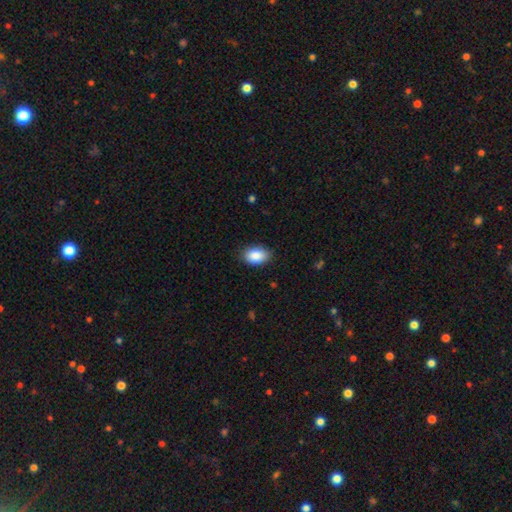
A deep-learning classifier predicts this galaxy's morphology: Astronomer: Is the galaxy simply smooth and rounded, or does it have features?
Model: smooth — 89%.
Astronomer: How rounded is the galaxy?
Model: in between — 90%.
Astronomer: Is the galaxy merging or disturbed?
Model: none — 86%.